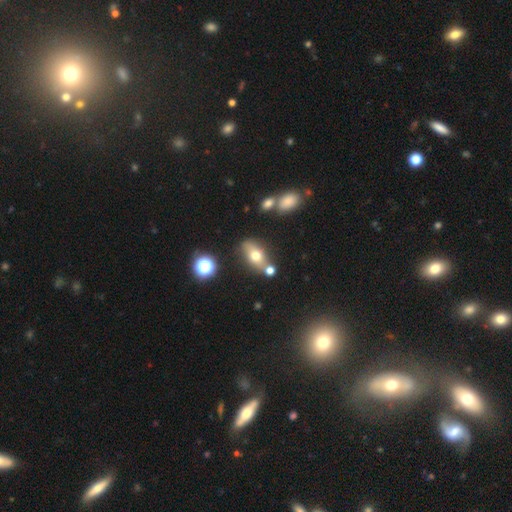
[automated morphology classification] A smooth galaxy with no disk features (65%) that is in between round and cigar-shaped (76%).

Vote fractions:
- Smooth or featured? smooth: 65% / featured or disk: 23% / star or artifact: 13%
- How rounded? in between: 76% / round: 16% / cigar-shaped: 8%
- Merging? none: 66% / minor disturbance: 15% / merger: 14% / major disturbance: 5%